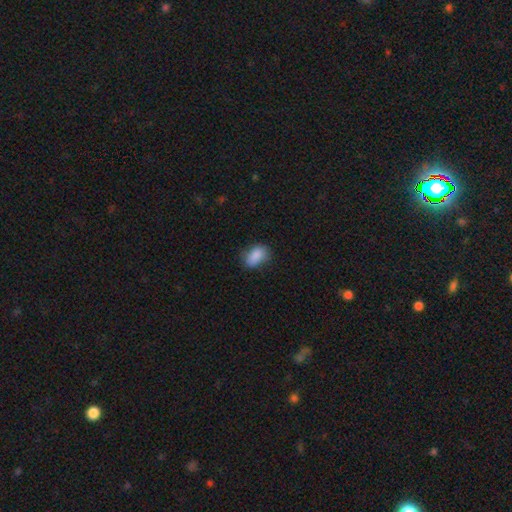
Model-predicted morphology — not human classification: type=smooth (87%); roundness=in between (87%); merging=none (72%).